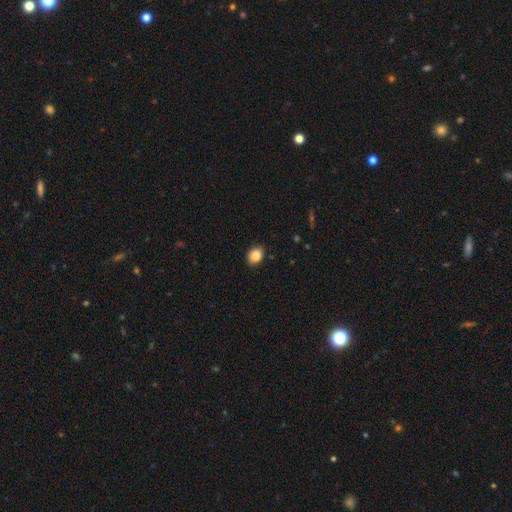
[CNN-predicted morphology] Q: Smooth or featured?
A: smooth (88%); runner-up: star or artifact (9%)
Q: How rounded?
A: in between (50%); runner-up: round (49%)
Q: Merging?
A: none (84%); runner-up: minor disturbance (13%)